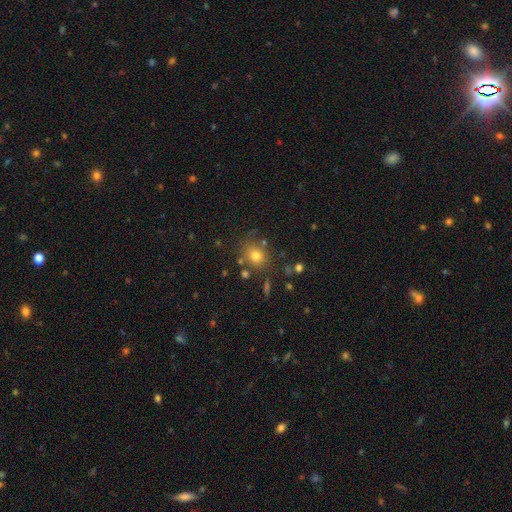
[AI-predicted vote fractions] This appears to be a smooth galaxy with no disk features (76%) that is round (63%). Merging: none (76%).